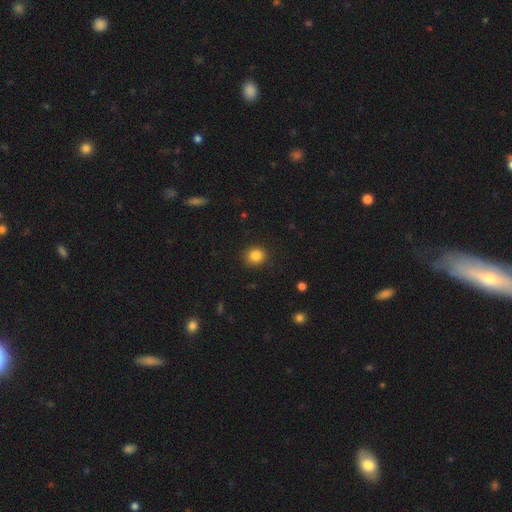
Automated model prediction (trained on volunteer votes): Morphology: type=smooth (84%); roundness=round (83%); merging=none (89%).